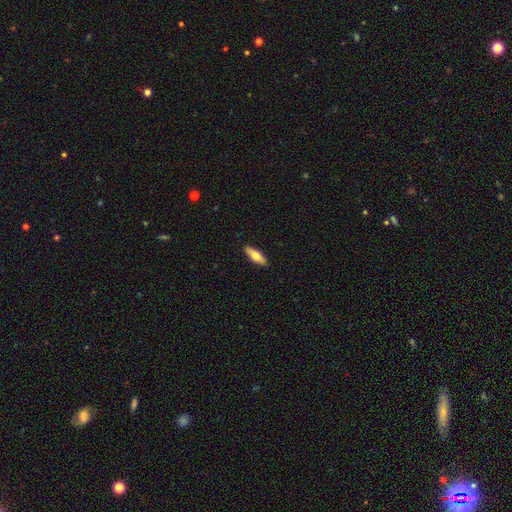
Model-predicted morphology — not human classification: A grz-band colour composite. It shows a smooth galaxy with no disk features (59%) that is in between round and cigar-shaped (51%). Merging: none (91%).